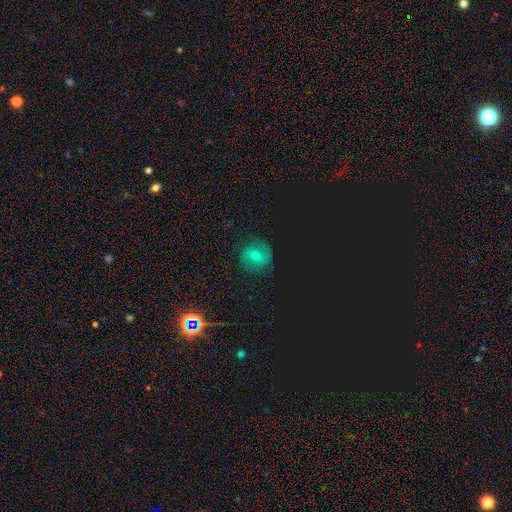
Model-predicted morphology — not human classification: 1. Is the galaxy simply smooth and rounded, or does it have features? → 41% smooth, 35% featured or disk, 24% star or artifact.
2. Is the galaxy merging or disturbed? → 84% none, 11% minor disturbance, 4% major disturbance, 1% merger.